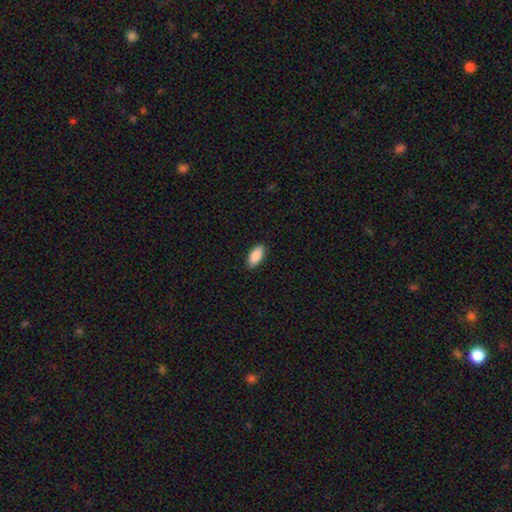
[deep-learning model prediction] smooth 89%, star or artifact 6%, featured or disk 4%. Down the decision tree: how rounded — in between (92%); merging — none (90%).